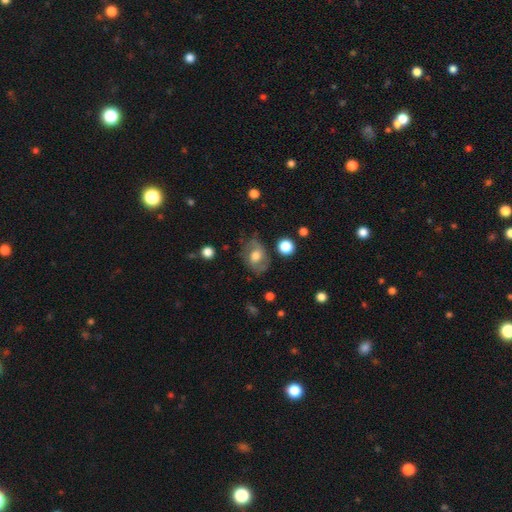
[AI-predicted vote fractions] Smooth or featured? Predicted: smooth (p=0.53). How rounded? Predicted: in between (p=0.64). Merging? Predicted: none (p=0.62).